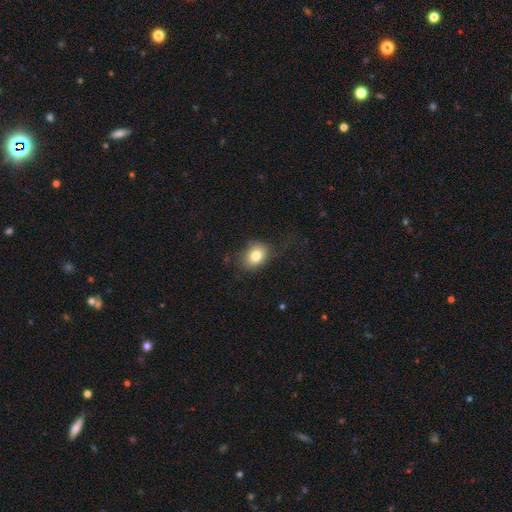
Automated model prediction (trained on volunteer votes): Smooth or featured: smooth — 79% (featured or disk — 11%)
How rounded: in between — 63% (round — 36%)
Merging: none — 72% (minor disturbance — 18%)